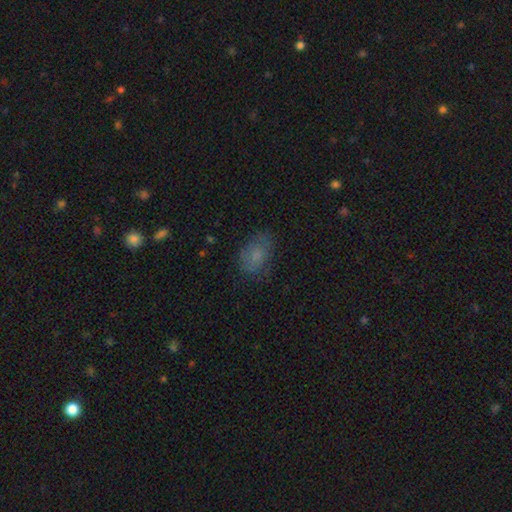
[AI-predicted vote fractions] Smooth or featured?
  - smooth: 74% *
  - featured or disk: 15%
  - star or artifact: 11%
How rounded?
  - in between: 85% *
  - round: 14%
  - cigar-shaped: 2%
Merging?
  - none: 70% *
  - minor disturbance: 21%
  - major disturbance: 7%
  - merger: 1%